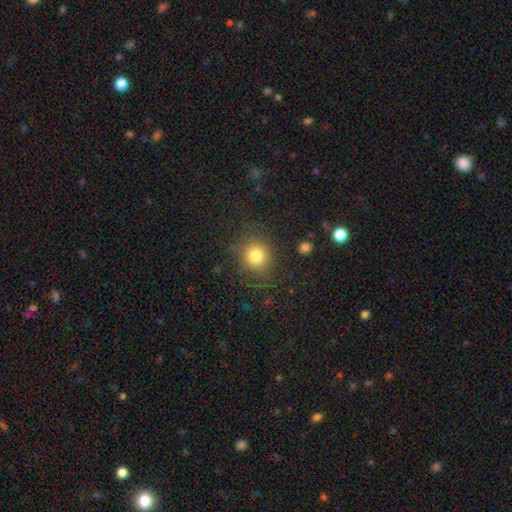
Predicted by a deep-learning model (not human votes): Smooth or featured? smooth (80%)
How rounded? round (85%)
Merging? none (81%)